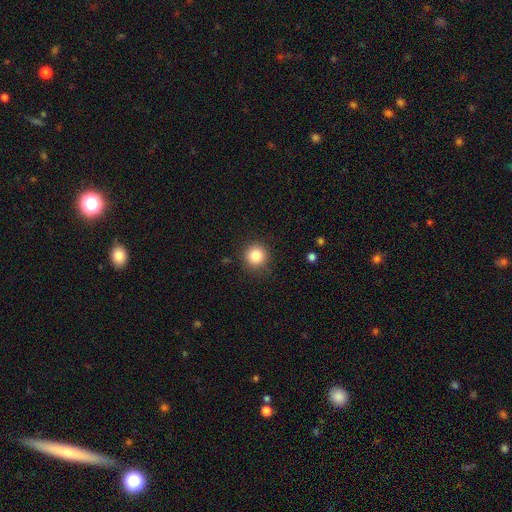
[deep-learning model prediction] The model was most divided on "smooth or featured": smooth: 84%, star or artifact: 11%, featured or disk: 6%. More confident: how rounded — round (94%); merging — none (89%).